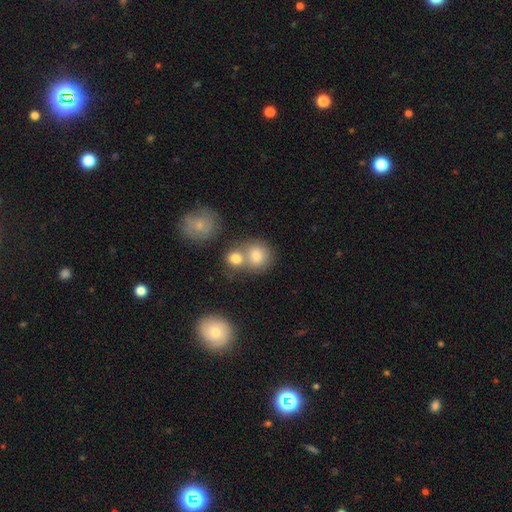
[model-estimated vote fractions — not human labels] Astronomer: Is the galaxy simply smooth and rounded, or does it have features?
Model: smooth — 75%.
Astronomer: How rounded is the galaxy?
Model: round — 79%.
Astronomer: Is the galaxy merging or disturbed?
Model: none — 48% (runner-up: merger, 39%).